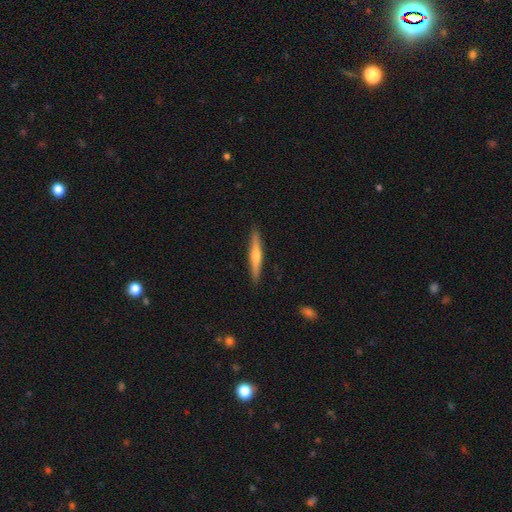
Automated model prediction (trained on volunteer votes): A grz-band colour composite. It shows a featured or disk galaxy (64%) viewed edge-on (97%) with a rounded central bulge (87%). Merging: none (91%).